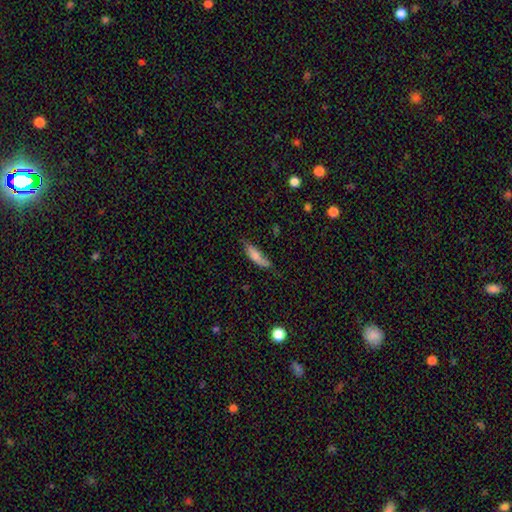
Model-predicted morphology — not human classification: Smooth or featured: smooth — 73% (featured or disk — 20%)
How rounded: cigar-shaped — 58% (in between — 40%)
Merging: none — 54% (minor disturbance — 32%)